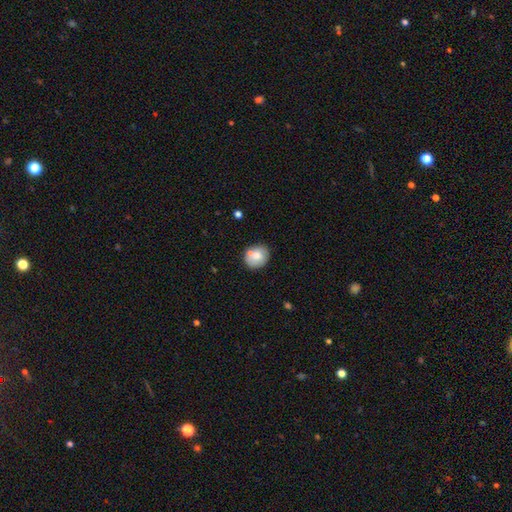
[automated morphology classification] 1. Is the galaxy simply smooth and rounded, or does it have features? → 74% smooth, 18% featured or disk, 8% star or artifact.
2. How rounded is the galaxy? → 62% round, 37% in between, 1% cigar-shaped.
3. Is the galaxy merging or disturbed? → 68% none, 15% minor disturbance, 13% merger, 3% major disturbance.